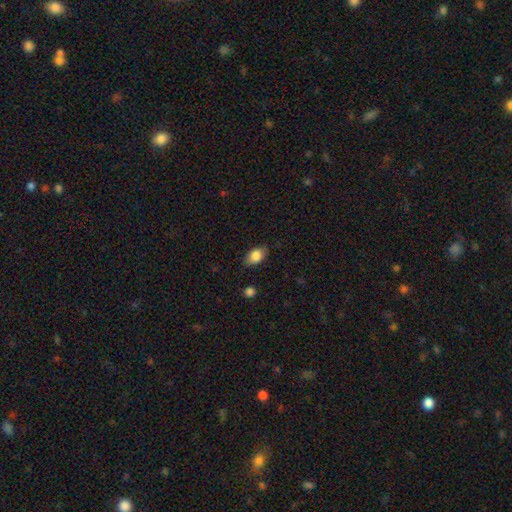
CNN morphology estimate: This appears to be a smooth galaxy with no disk features (83%) that is in between round and cigar-shaped (85%). Merging: none (80%).